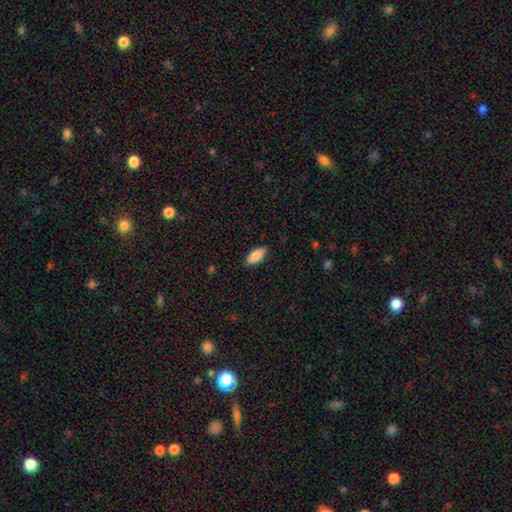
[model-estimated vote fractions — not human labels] A smooth galaxy with no disk features (87%) that is in between round and cigar-shaped (86%).

Vote fractions:
- Smooth or featured? smooth: 87% / featured or disk: 7% / star or artifact: 6%
- How rounded? in between: 86% / cigar-shaped: 12% / round: 2%
- Merging? none: 88% / minor disturbance: 9% / major disturbance: 2% / merger: 1%